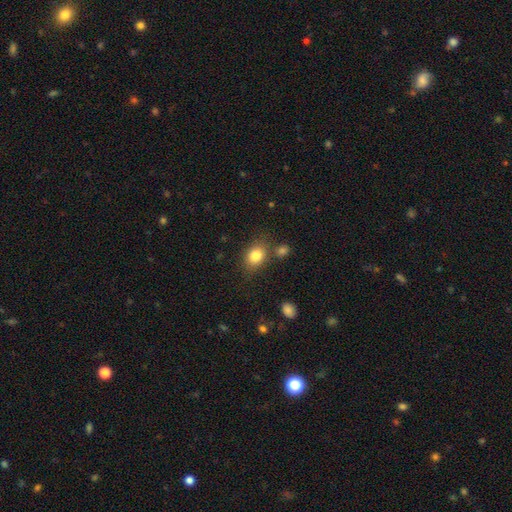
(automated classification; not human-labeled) Q: Smooth or featured?
A: smooth (82%); runner-up: star or artifact (10%)
Q: How rounded?
A: in between (65%); runner-up: round (34%)
Q: Merging?
A: none (72%); runner-up: minor disturbance (14%)